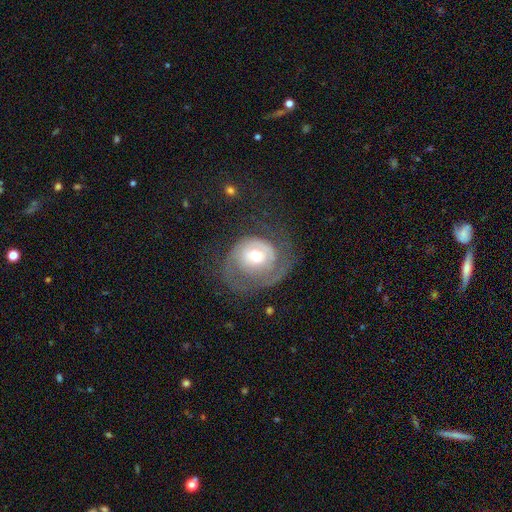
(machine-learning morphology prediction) This is likely a featured or disk galaxy (71%). It is clearly not viewed edge-on (97%). Bar: likely no (70%). Spiral arm pattern: clearly yes (81%). Spiral arm count: marginally 1 (34%). Spiral winding: possibly tight (53%). Central bulge: likely moderate (60%). Merging: possibly none (46%).